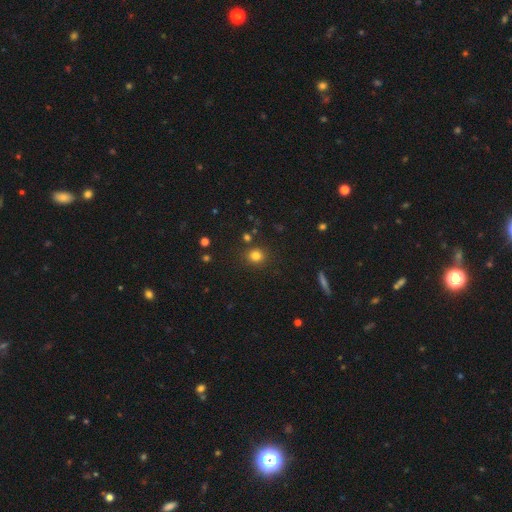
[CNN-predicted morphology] A smooth galaxy with no disk features (80%) that is round (86%). Merging: none (85%).